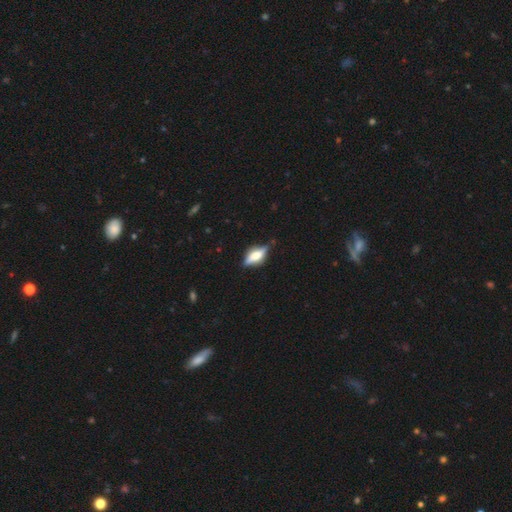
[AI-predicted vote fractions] smooth-or-featured: featured or disk: 65% | smooth: 27% | star or artifact: 8%
  disk-edge-on: yes: 90% | no: 10%
    edge-on-bulge: rounded: 81% | boxy: 16% | none: 3%
  merging: none: 76% | minor disturbance: 17% | major disturbance: 5% | merger: 2%